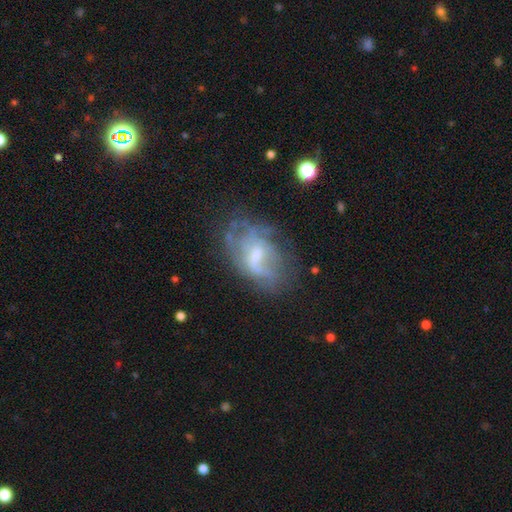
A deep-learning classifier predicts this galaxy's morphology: Smooth or featured? featured or disk (62%)
Edge-on disk? no (95%)
Bar? no (47%)
Spiral arms? no (52%)
Bulge size? small (42%)
Merging? none (47%)